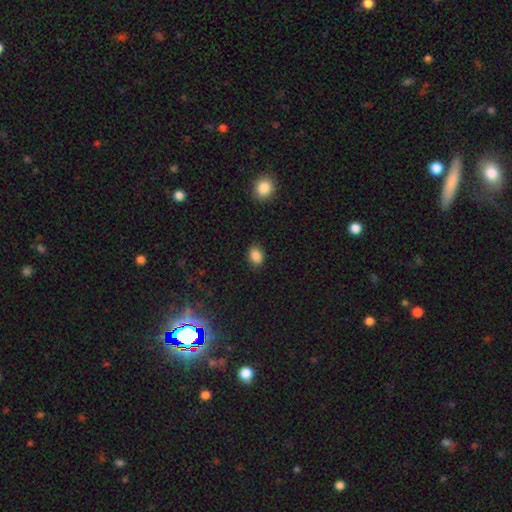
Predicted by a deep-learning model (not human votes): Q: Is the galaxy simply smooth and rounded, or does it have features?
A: smooth — 87%.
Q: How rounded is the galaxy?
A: in between — 67%.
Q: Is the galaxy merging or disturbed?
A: none — 84%.